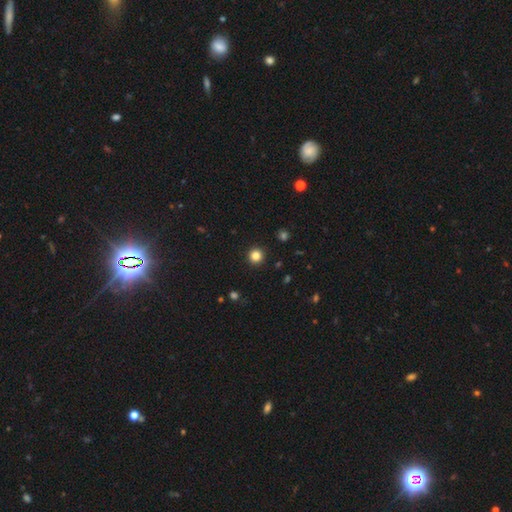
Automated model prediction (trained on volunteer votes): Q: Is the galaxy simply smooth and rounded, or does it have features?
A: smooth — 83%.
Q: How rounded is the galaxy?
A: round — 96%.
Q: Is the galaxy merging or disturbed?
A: none — 93%.